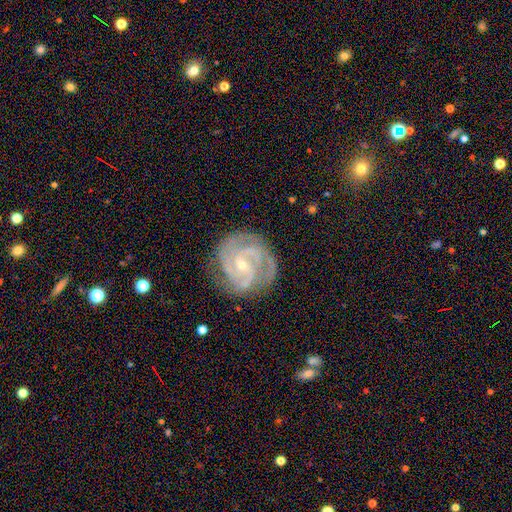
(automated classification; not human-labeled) smooth-or-featured: featured or disk: 90% | star or artifact: 5% | smooth: 5%
  disk-edge-on: no: 98% | yes: 2%
    bar: no: 47% | weak: 38% | strong: 15%
    has-spiral-arms: yes: 98% | no: 2%
      spiral-winding: tight: 62% | medium: 34% | loose: 4%
      spiral-arm-count: 3: 46% | 2: 23% | 4: 12% | can't tell: 10% | more than 4: 5% | 1: 5%
    bulge-size: small: 71% | moderate: 26% | none: 1% | large: 1% | dominant: 1%
  merging: none: 76% | minor disturbance: 17% | major disturbance: 5% | merger: 1%